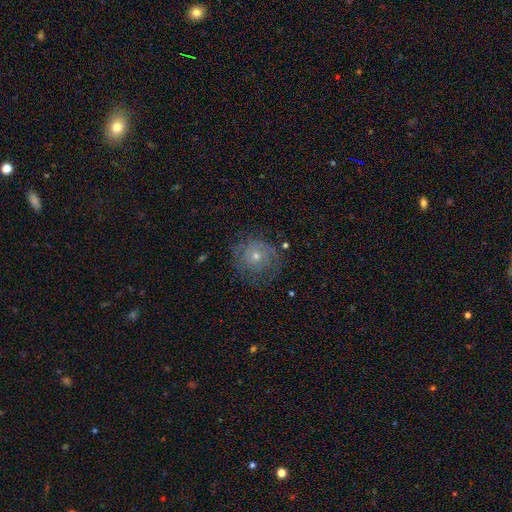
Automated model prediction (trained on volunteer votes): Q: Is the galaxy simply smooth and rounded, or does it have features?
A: featured or disk — 57%.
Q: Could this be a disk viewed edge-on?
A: no — 97%.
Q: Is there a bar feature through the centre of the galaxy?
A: no — 85%.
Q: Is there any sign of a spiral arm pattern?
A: yes — 71%.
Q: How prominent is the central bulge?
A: small — 51%.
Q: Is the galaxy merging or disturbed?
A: none — 64%.